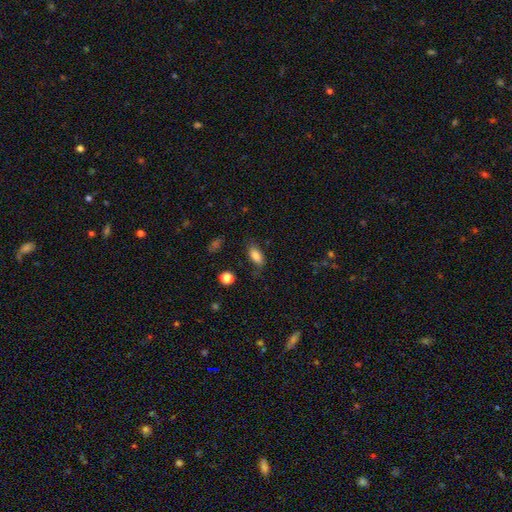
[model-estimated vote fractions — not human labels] smooth-or-featured: smooth: 82% | featured or disk: 9% | star or artifact: 9%
  how-rounded: in between: 88% | cigar-shaped: 6% | round: 5%
  merging: none: 74% | minor disturbance: 18% | major disturbance: 5% | merger: 2%